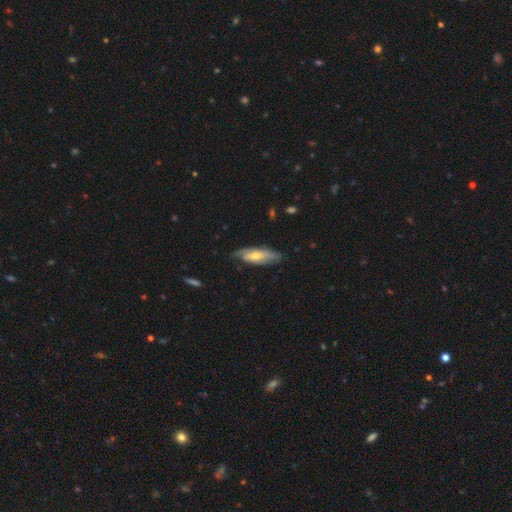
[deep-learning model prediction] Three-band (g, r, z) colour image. It shows a featured or disk galaxy (50%). Merging: none (65%).